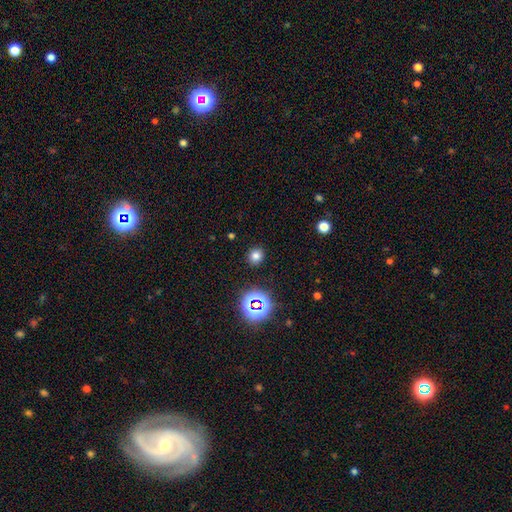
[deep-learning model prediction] This appears to be a smooth galaxy with no disk features (72%) that is round (82%). Merging: none (88%).